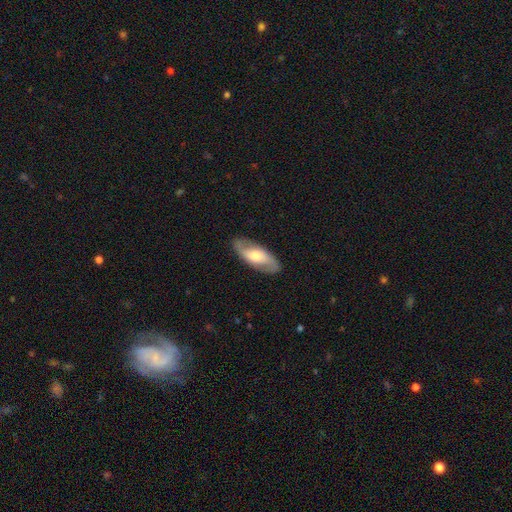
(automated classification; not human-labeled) smooth_or_featured: featured or disk (p=0.66) [alt: smooth p=0.29]
disk_edge_on: no (p=0.87) [alt: yes p=0.13]
bar: no (p=0.45) [alt: weak p=0.38]
has_spiral_arms: yes (p=0.83) [alt: no p=0.17]
bulge_size: moderate (p=0.63) [alt: small p=0.20]
merging: none (p=0.86) [alt: minor disturbance p=0.10]